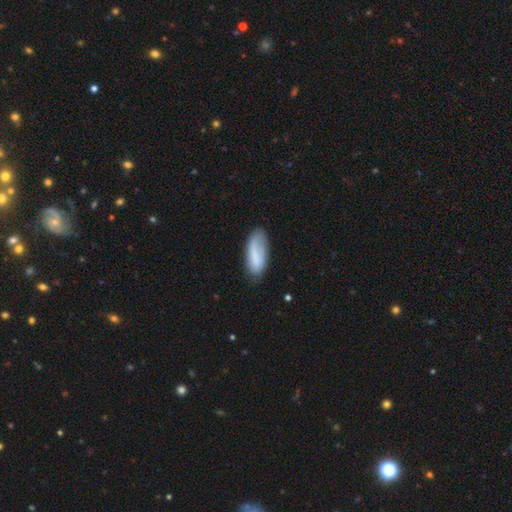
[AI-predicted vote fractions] smooth 73%, featured or disk 21%, star or artifact 7%. Down the decision tree: how rounded — in between (78%); merging — none (63%).